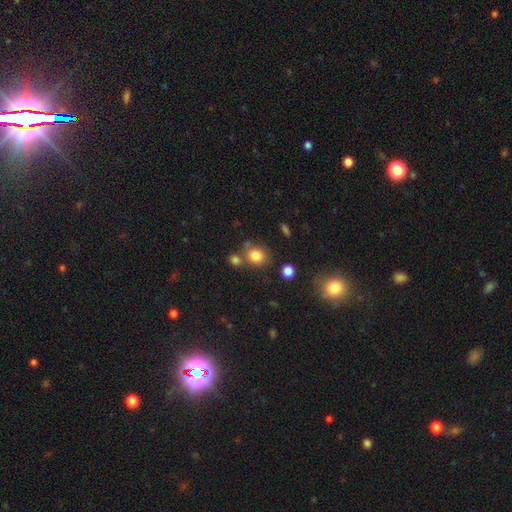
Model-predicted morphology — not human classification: This appears to be a smooth galaxy with no disk features (81%) that is round (77%). Merging: none (65%).